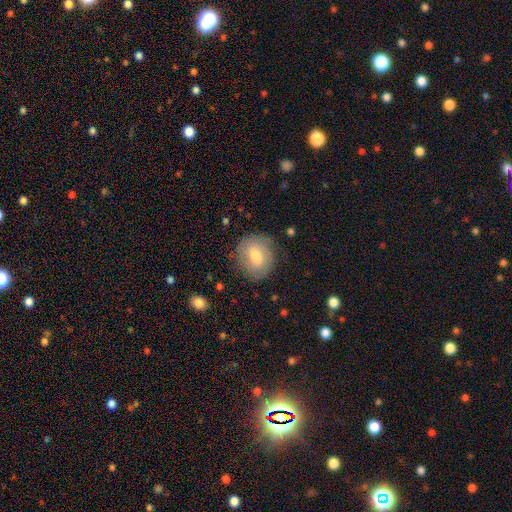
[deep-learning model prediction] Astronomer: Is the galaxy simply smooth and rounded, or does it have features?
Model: smooth — 62%.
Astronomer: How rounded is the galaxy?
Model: round — 74%.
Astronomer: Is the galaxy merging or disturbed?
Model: none — 80%.